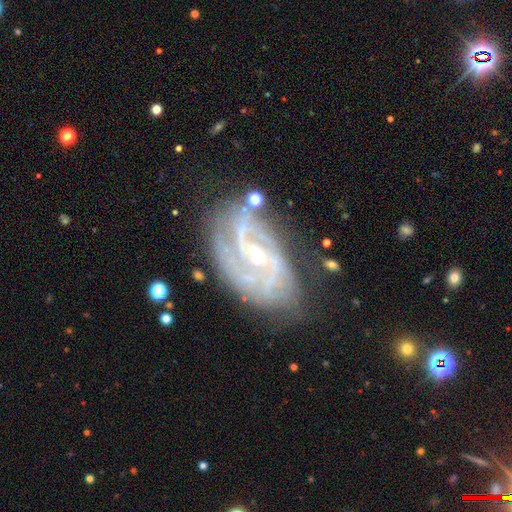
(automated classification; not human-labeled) A featured or disk galaxy (88%) with a weak bar (44%), 2 (46%) tight (44%) spiral arms (95%) and a small central bulge (65%).

Vote fractions:
- Smooth or featured? featured or disk: 88% / star or artifact: 6% / smooth: 6%
- Edge-on disk? no: 96% / yes: 4%
- Bar? weak: 44% / no: 37% / strong: 20%
- Spiral arms? yes: 95% / no: 5%
- Spiral winding? tight: 44% / medium: 43% / loose: 14%
- Spiral arm count? 2: 46% / can't tell: 20% / 3: 19% / 4: 6% / 1: 5% / more than 4: 5%
- Bulge size? small: 65% / moderate: 31% / none: 2% / large: 1% / dominant: 1%
- Merging? none: 62% / minor disturbance: 23% / major disturbance: 12% / merger: 4%